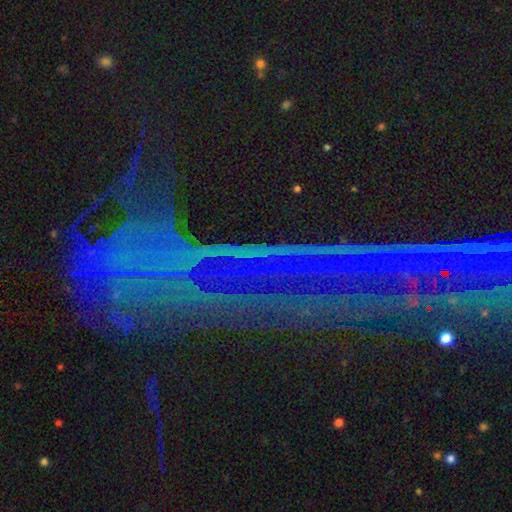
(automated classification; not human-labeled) The model was most divided on "smooth or featured": star or artifact: 84%, featured or disk: 9%, smooth: 7%.